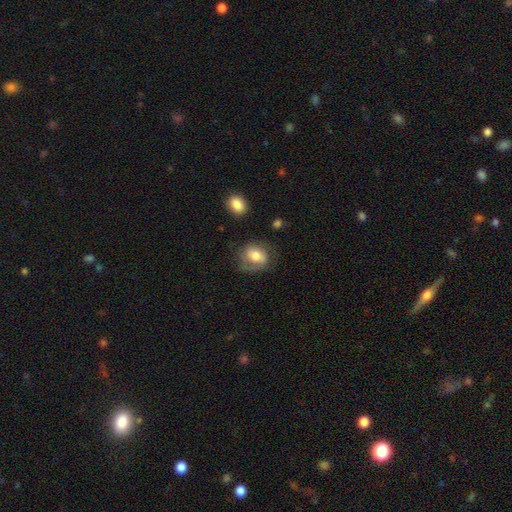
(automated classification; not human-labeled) This appears to be a smooth galaxy with no disk features (54%) that is round (49%, tied with in between). Merging: none (60%).